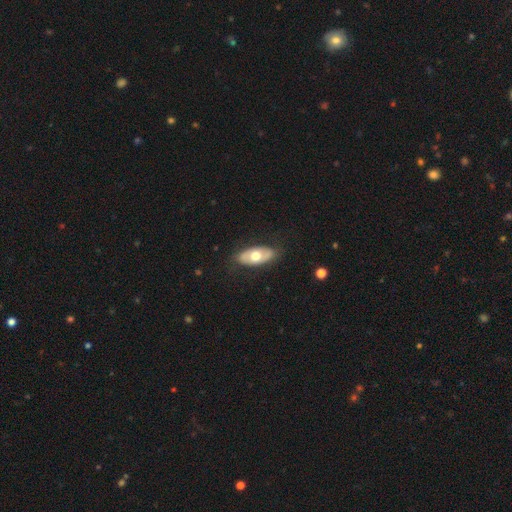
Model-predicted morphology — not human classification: A smooth galaxy with no disk features (51%) that is in between round and cigar-shaped (90%). Merging: none (82%).